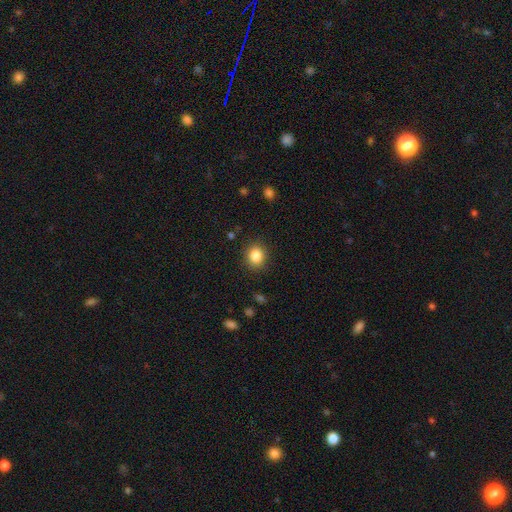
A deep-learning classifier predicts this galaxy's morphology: Smooth or featured?
  - smooth: 86% *
  - star or artifact: 10%
  - featured or disk: 5%
How rounded?
  - round: 70% *
  - in between: 29%
  - cigar-shaped: 1%
Merging?
  - none: 88% *
  - minor disturbance: 8%
  - major disturbance: 3%
  - merger: 1%